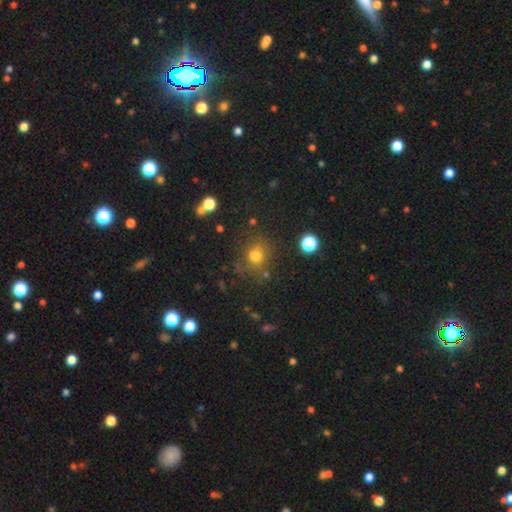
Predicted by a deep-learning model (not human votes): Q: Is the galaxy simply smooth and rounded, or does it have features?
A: smooth — 71%.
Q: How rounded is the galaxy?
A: round — 75%.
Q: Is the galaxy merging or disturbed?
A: none — 72%.